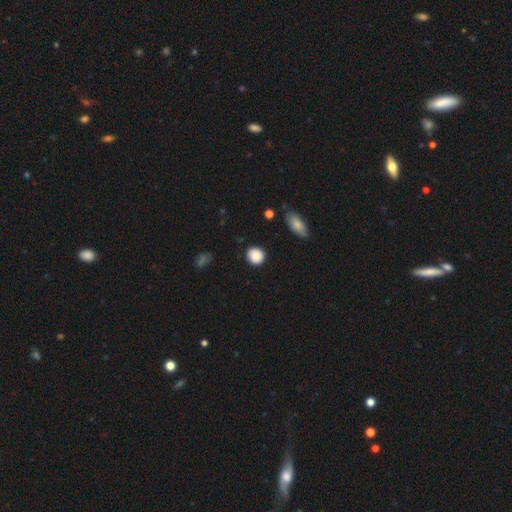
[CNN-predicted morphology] Smooth or featured: smooth — 88% (star or artifact — 8%)
How rounded: round — 89% (in between — 10%)
Merging: none — 86% (minor disturbance — 10%)